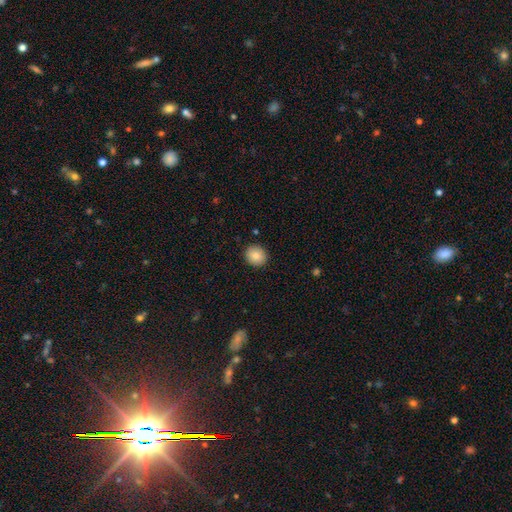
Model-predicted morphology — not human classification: The model was most divided on "how rounded": round: 84%, in between: 15%, cigar-shaped: 1%. More confident: merging — none (91%); smooth or featured — smooth (84%).